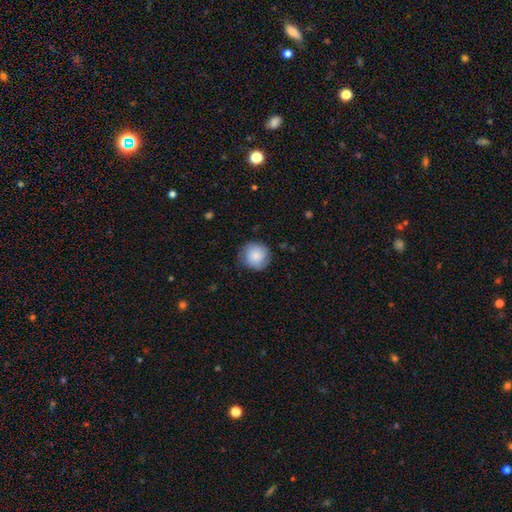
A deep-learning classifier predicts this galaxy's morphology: Smooth or featured: smooth — 77% (featured or disk — 16%)
How rounded: round — 90% (in between — 9%)
Merging: none — 71% (minor disturbance — 22%)